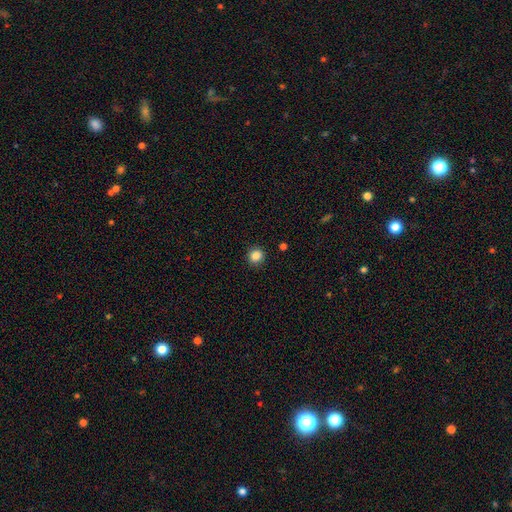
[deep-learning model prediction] A smooth galaxy with no disk features (86%) that is round (90%).

Vote fractions:
- Smooth or featured? smooth: 86% / star or artifact: 11% / featured or disk: 3%
- How rounded? round: 90% / in between: 9% / cigar-shaped: 1%
- Merging? none: 90% / minor disturbance: 6% / major disturbance: 2% / merger: 1%